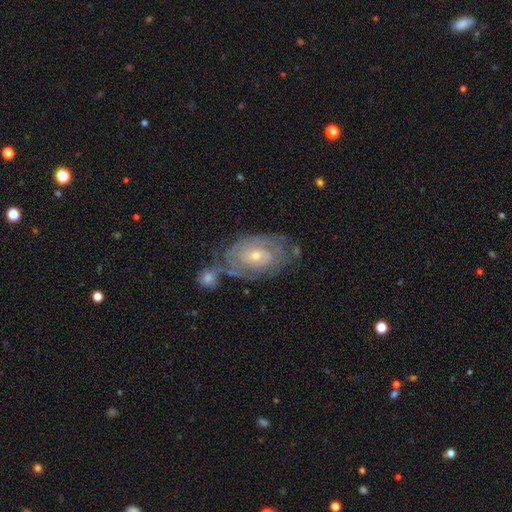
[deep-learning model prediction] Smooth or featured?
  - featured or disk: 76% *
  - smooth: 18%
  - star or artifact: 7%
Edge-on disk?
  - no: 96% *
  - yes: 4%
Bar?
  - no: 75% *
  - weak: 21%
  - strong: 4%
Spiral arms?
  - yes: 85% *
  - no: 15%
Spiral winding?
  - tight: 69% *
  - medium: 24%
  - loose: 7%
Spiral arm count?
  - can't tell: 50% *
  - 2: 26%
  - 3: 10%
  - 4: 5%
  - 1: 5%
  - more than 4: 4%
Bulge size?
  - small: 53% *
  - moderate: 44%
  - large: 2%
  - none: 1%
  - dominant: 1%
Merging?
  - none: 48% *
  - minor disturbance: 21%
  - merger: 18%
  - major disturbance: 13%